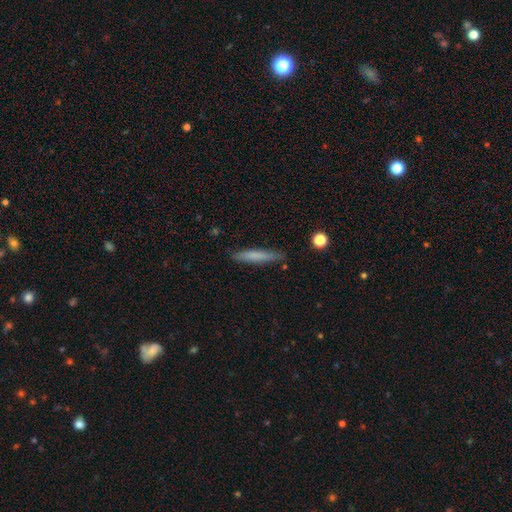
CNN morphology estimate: Smooth or featured: smooth — 72% (featured or disk — 22%)
How rounded: cigar-shaped — 92% (in between — 7%)
Merging: none — 85% (minor disturbance — 11%)